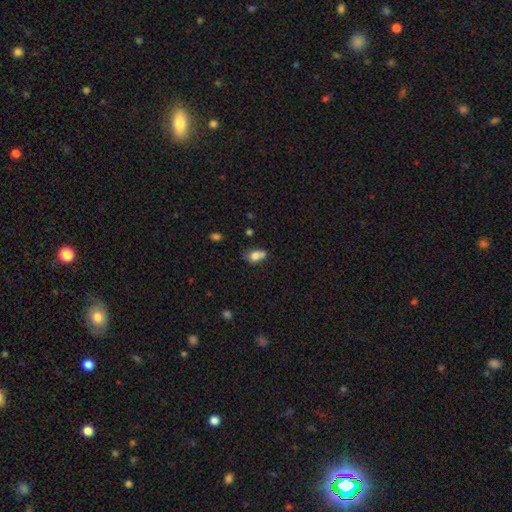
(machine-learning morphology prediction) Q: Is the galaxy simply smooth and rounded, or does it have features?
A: smooth — 75%.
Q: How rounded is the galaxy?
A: in between — 63%.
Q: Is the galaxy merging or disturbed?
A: merger — 43%.